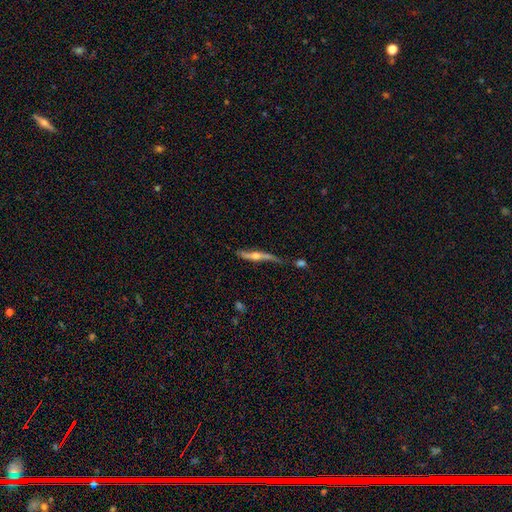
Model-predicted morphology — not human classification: A featured or disk galaxy (71%) viewed edge-on (78%) with a rounded central bulge (88%).

Vote fractions:
- Smooth or featured? featured or disk: 71% / smooth: 23% / star or artifact: 7%
- Edge-on disk? yes: 78% / no: 22%
- Edge-on bulge? rounded: 88% / none: 8% / boxy: 4%
- Merging? none: 47% / minor disturbance: 27% / major disturbance: 14% / merger: 12%